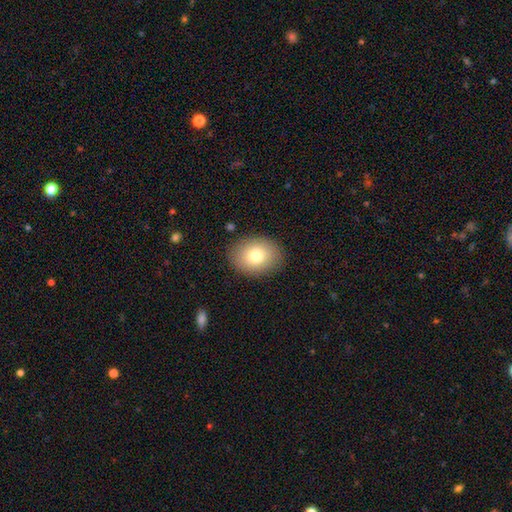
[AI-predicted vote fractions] A smooth galaxy with no disk features (79%) that is in between round and cigar-shaped (59%).

Vote fractions:
- Smooth or featured? smooth: 79% / featured or disk: 12% / star or artifact: 9%
- How rounded? in between: 59% / round: 40% / cigar-shaped: 1%
- Merging? none: 87% / minor disturbance: 9% / major disturbance: 3% / merger: 1%